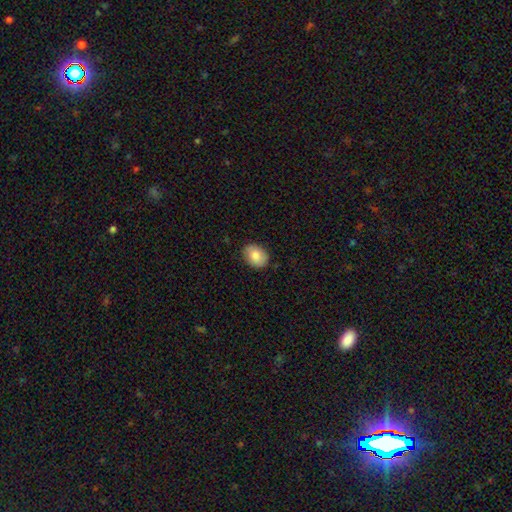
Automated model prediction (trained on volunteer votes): This appears to be a smooth galaxy with no disk features (85%) that is in between round and cigar-shaped (68%). Merging: none (85%).